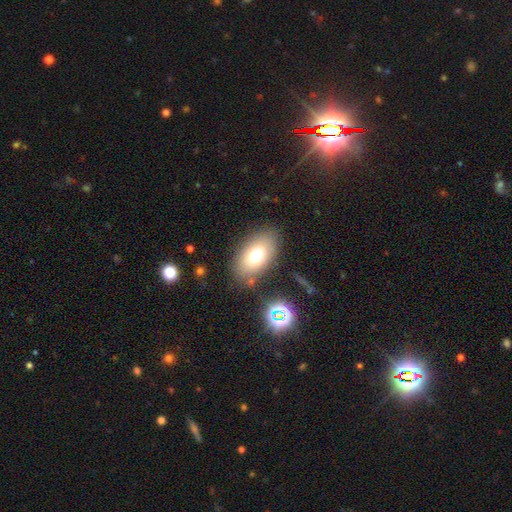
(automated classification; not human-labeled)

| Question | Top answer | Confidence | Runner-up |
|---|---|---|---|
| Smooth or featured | smooth | 73% | featured or disk (16%) |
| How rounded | in between | 90% | round (8%) |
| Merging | none | 80% | minor disturbance (12%) |